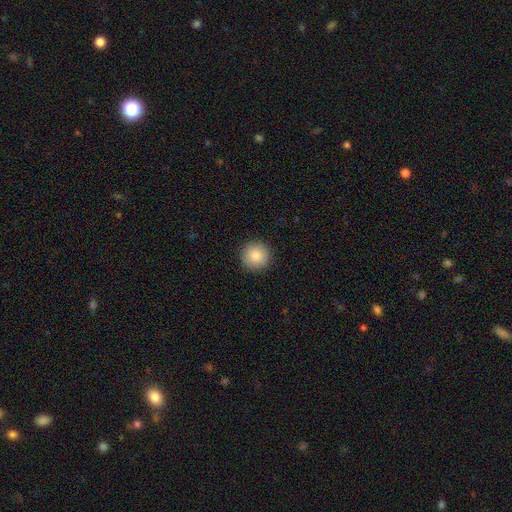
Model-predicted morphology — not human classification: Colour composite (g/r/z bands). It shows a smooth galaxy with no disk features (84%) that is round (96%). Merging: none (92%).